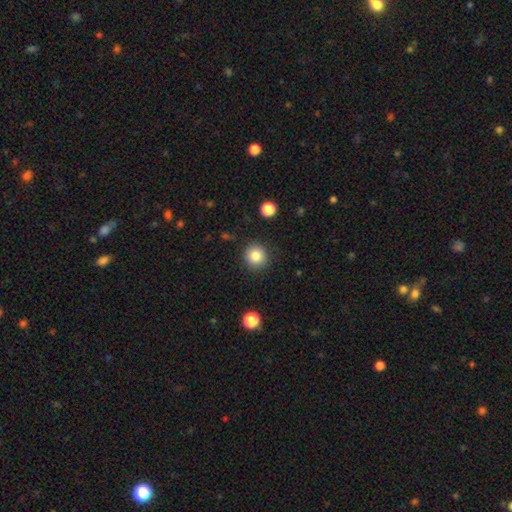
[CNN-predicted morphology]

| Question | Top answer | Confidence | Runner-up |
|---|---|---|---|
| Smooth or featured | smooth | 83% | star or artifact (10%) |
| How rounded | round | 93% | in between (6%) |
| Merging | none | 90% | minor disturbance (7%) |